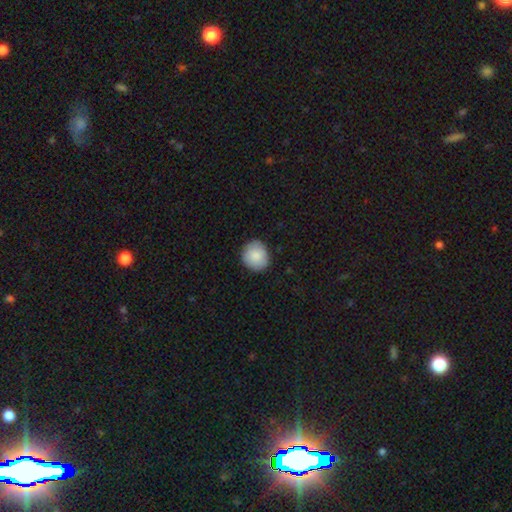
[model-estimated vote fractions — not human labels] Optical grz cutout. It shows a smooth galaxy with no disk features (86%) that is round (83%). Merging: none (86%).